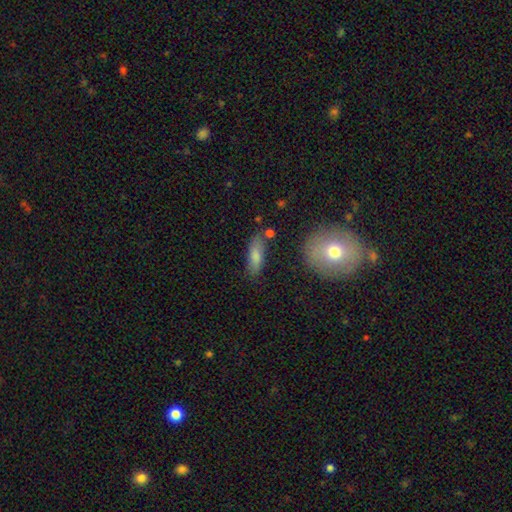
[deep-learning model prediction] Smooth or featured?
  - smooth: 78% *
  - featured or disk: 15%
  - star or artifact: 7%
How rounded?
  - in between: 61% *
  - cigar-shaped: 36%
  - round: 3%
Merging?
  - none: 73% *
  - minor disturbance: 17%
  - merger: 6%
  - major disturbance: 5%